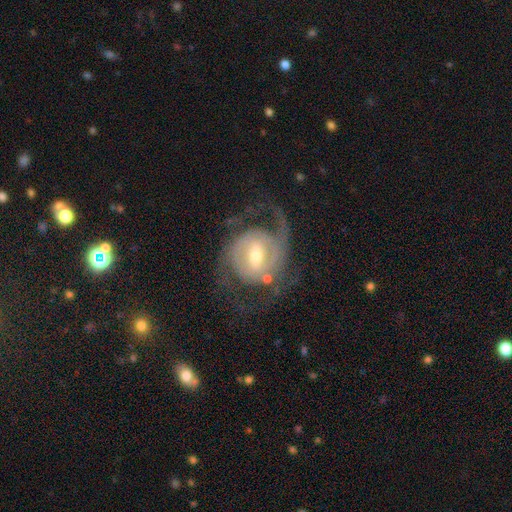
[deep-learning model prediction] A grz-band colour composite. It shows a featured or disk galaxy (87%) with a weak bar (52%), 2 (74%) medium (46%) spiral arms (95%) and a moderate central bulge (48%). Merging: none (62%).